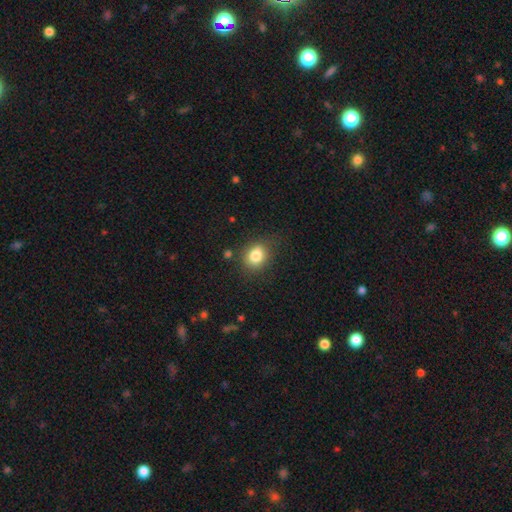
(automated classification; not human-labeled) Smooth or featured?
  - smooth: 81% *
  - star or artifact: 11%
  - featured or disk: 8%
How rounded?
  - round: 56% *
  - in between: 43%
  - cigar-shaped: 1%
Merging?
  - none: 74% *
  - minor disturbance: 17%
  - major disturbance: 5%
  - merger: 4%